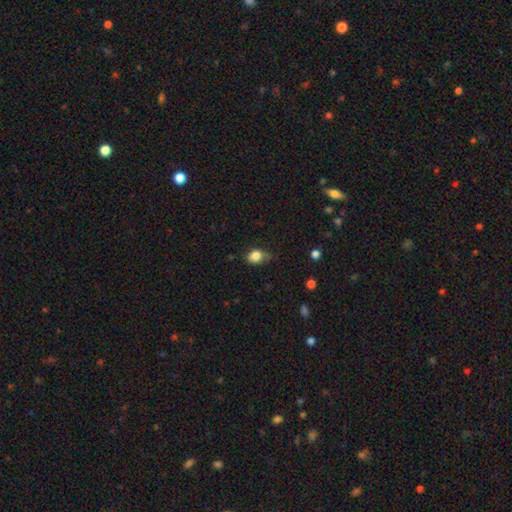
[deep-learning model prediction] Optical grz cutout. It shows a smooth galaxy with no disk features (82%) that is in between round and cigar-shaped (57%). Merging: none (51%).